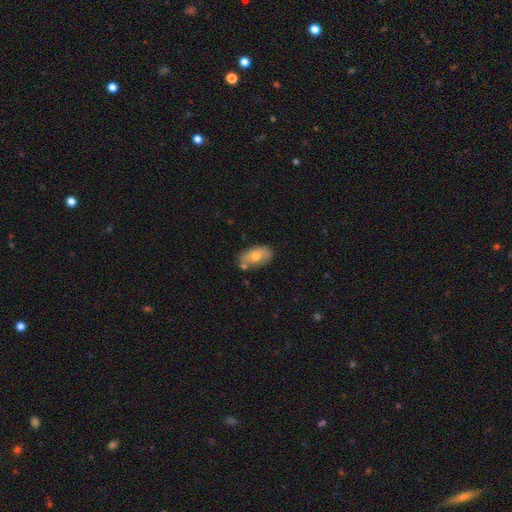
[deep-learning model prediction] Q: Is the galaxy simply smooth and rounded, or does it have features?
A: smooth — 57%.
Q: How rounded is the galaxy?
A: in between — 91%.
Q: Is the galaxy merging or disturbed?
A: none — 61%.